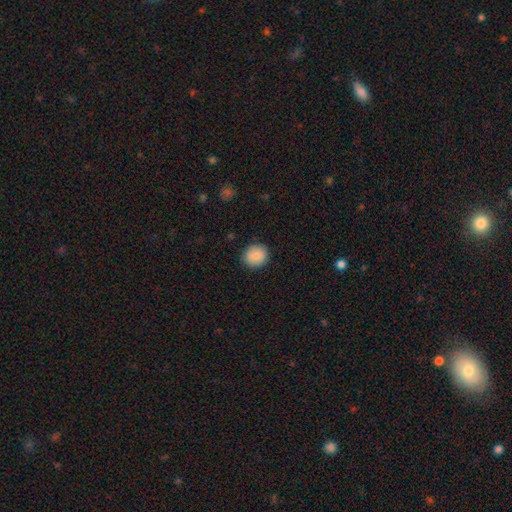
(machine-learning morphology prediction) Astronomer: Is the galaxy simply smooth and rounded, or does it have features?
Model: smooth — 88%.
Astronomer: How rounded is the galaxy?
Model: round — 81%.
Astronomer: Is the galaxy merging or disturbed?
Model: none — 89%.